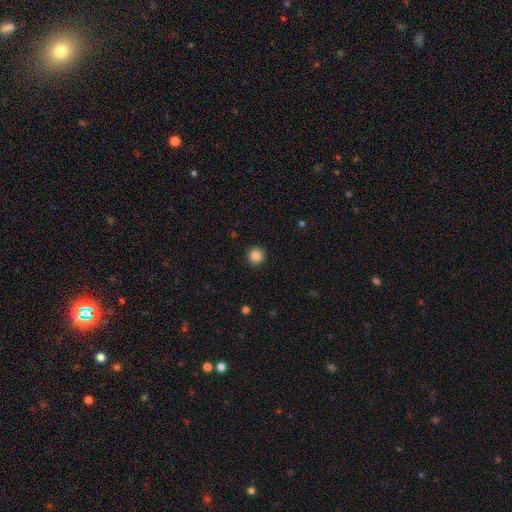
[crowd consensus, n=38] Morphology: type=smooth (97%); roundness=round (100%); merging=none (84%).